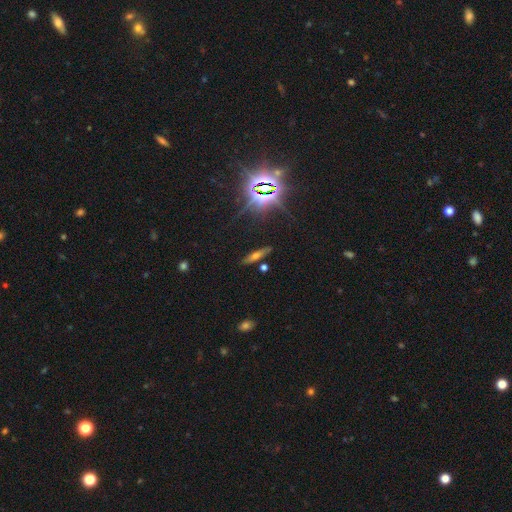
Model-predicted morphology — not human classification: Smooth or featured: smooth — 39% (featured or disk — 35%)
Merging: none — 83% (minor disturbance — 10%)